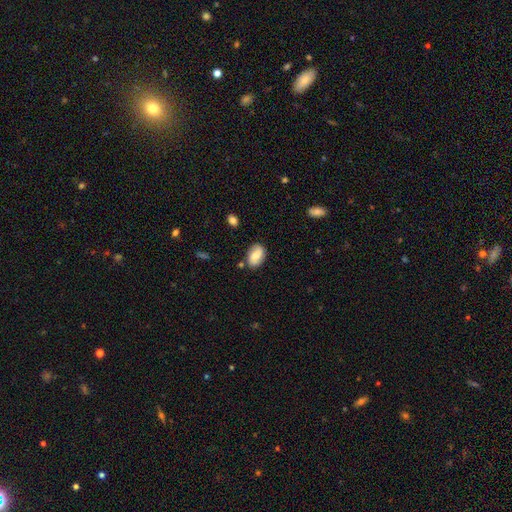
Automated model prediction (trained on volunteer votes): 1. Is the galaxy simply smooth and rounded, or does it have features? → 59% smooth, 33% featured or disk, 8% star or artifact.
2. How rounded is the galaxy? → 87% in between, 11% round, 2% cigar-shaped.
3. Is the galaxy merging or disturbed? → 76% none, 17% minor disturbance, 4% major disturbance, 3% merger.